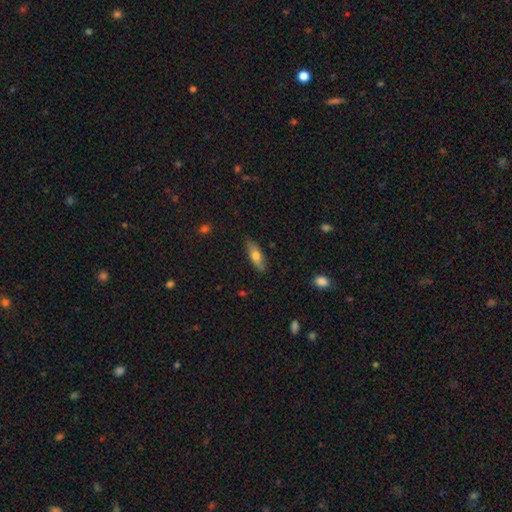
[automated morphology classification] Smooth or featured?
  - smooth: 68% *
  - featured or disk: 25%
  - star or artifact: 6%
How rounded?
  - in between: 58% *
  - cigar-shaped: 39%
  - round: 3%
Merging?
  - none: 84% *
  - minor disturbance: 12%
  - major disturbance: 2%
  - merger: 1%